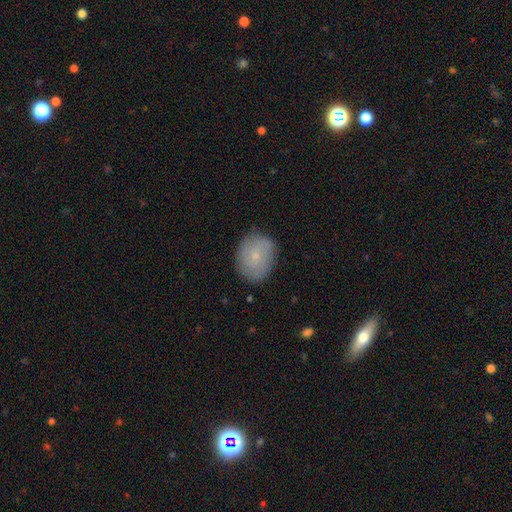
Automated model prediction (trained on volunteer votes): The model was most divided on "how rounded": in between: 52%, round: 47%, cigar-shaped: 1%. More confident: merging — none (80%); smooth or featured — smooth (60%).